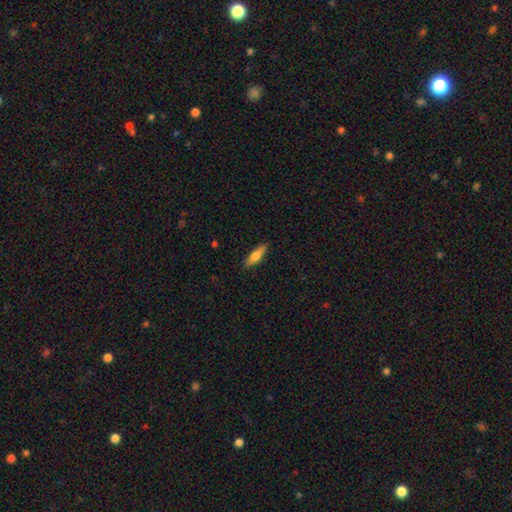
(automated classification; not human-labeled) Smooth or featured?
  - smooth: 68% *
  - featured or disk: 26%
  - star or artifact: 6%
How rounded?
  - cigar-shaped: 58% *
  - in between: 40%
  - round: 2%
Merging?
  - none: 87% *
  - minor disturbance: 10%
  - major disturbance: 2%
  - merger: 1%